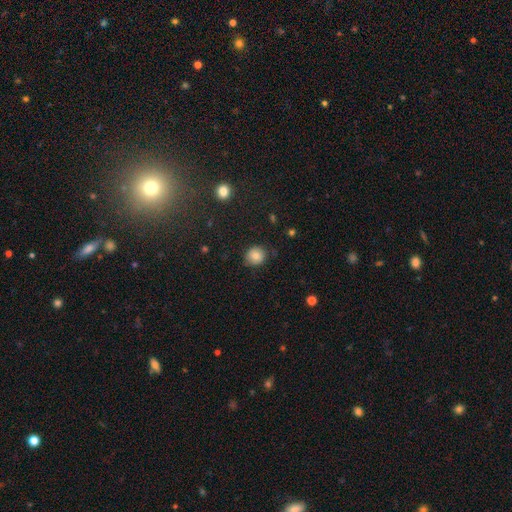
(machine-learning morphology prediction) This appears to be a smooth galaxy with no disk features (82%) that is round (83%). Merging: none (80%).